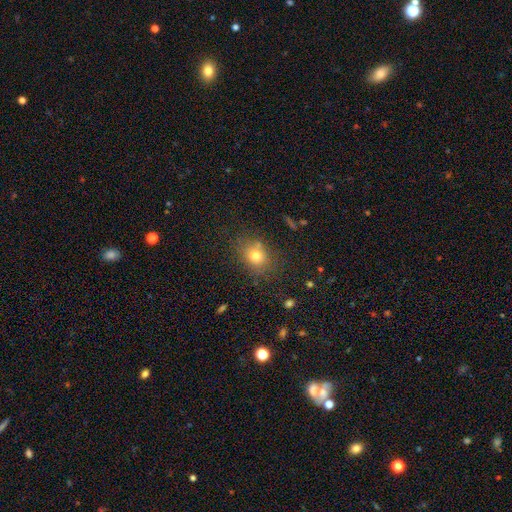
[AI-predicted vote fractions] A smooth galaxy with no disk features (75%) that is round (57%).

Vote fractions:
- Smooth or featured? smooth: 75% / star or artifact: 14% / featured or disk: 10%
- How rounded? round: 57% / in between: 42% / cigar-shaped: 1%
- Merging? none: 75% / minor disturbance: 15% / merger: 6% / major disturbance: 5%